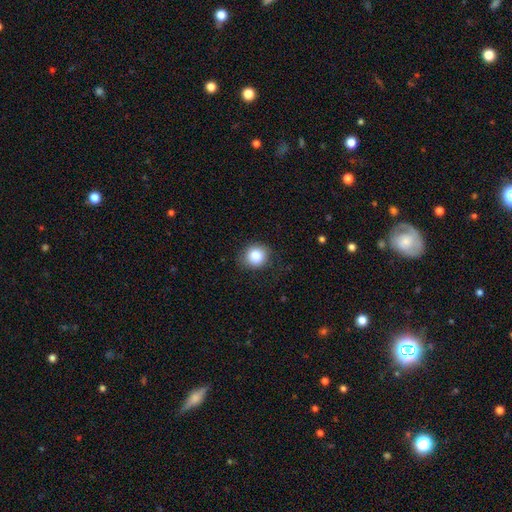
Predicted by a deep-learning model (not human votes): smooth 84%, star or artifact 10%, featured or disk 7%. Down the decision tree: how rounded — round (84%); merging — none (84%).